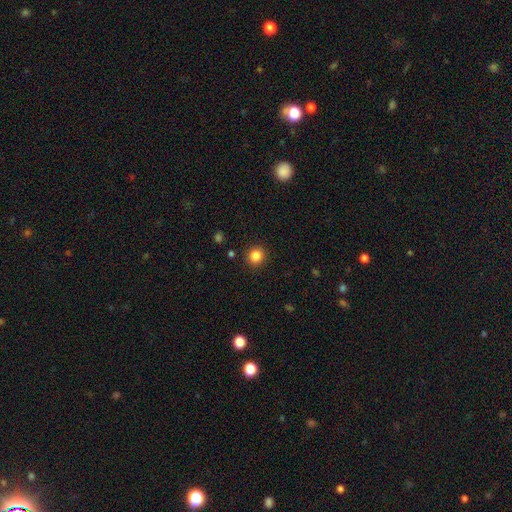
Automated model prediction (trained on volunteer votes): This is clearly a smooth galaxy (84%). How rounded: clearly round (92%). Merging: clearly none (91%).